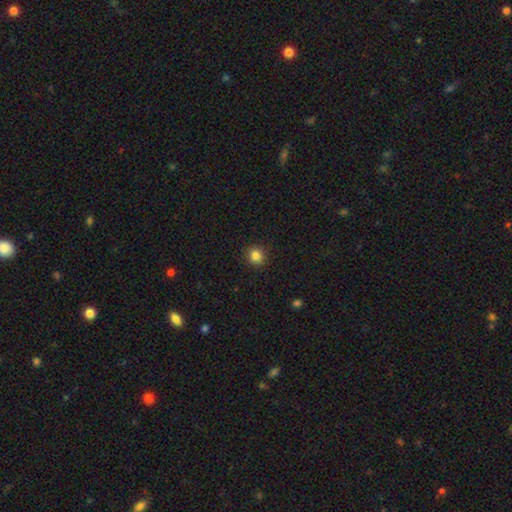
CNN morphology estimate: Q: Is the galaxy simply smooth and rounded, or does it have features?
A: smooth — 85%.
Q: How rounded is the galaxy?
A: round — 89%.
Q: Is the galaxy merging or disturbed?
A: none — 91%.